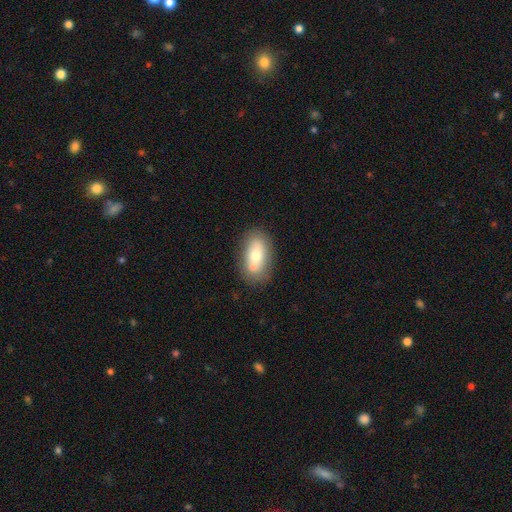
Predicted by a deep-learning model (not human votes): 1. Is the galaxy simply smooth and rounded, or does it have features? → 66% smooth, 27% featured or disk, 7% star or artifact.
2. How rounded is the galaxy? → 89% in between, 7% round, 4% cigar-shaped.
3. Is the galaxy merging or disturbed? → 63% none, 17% merger, 16% minor disturbance, 4% major disturbance.